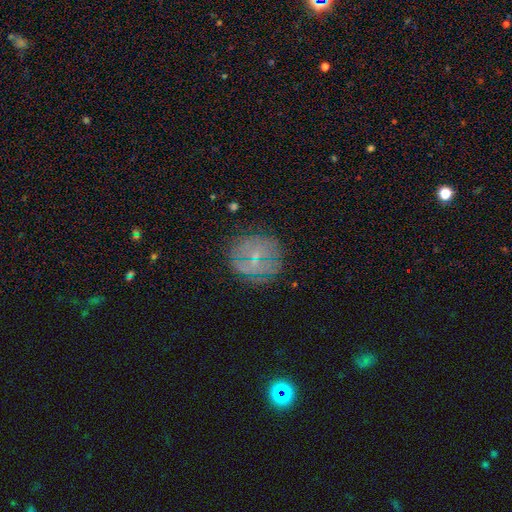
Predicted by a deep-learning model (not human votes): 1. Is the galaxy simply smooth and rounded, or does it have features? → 41% featured or disk, 35% smooth, 24% star or artifact.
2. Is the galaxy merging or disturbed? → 79% none, 13% minor disturbance, 5% major disturbance, 2% merger.